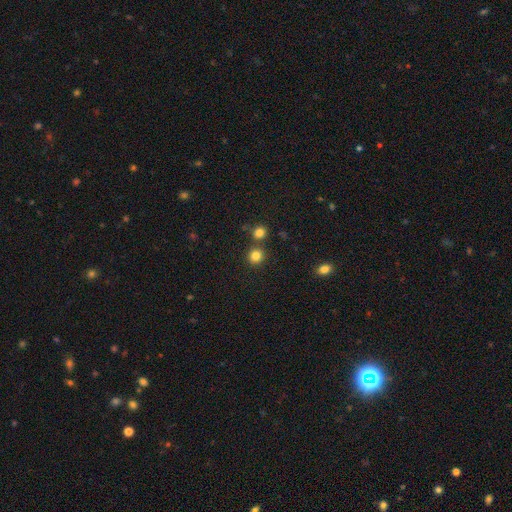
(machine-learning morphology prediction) This is clearly a smooth galaxy (82%). How rounded: clearly round (91%). Merging: likely none (79%).